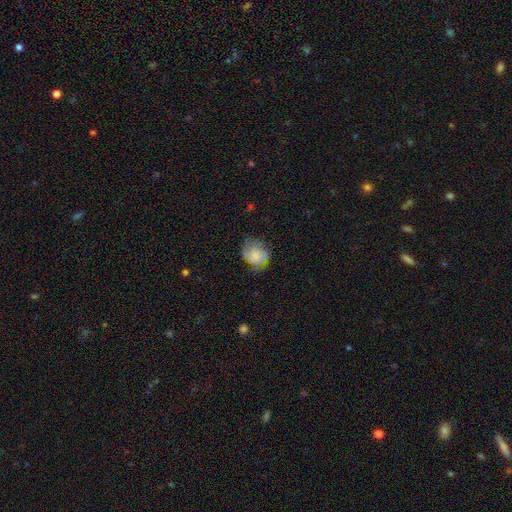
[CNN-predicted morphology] smooth-or-featured: smooth: 64% | featured or disk: 28% | star or artifact: 8%
  how-rounded: round: 51% | in between: 48% | cigar-shaped: 1%
  merging: none: 49% | minor disturbance: 34% | major disturbance: 16% | merger: 1%